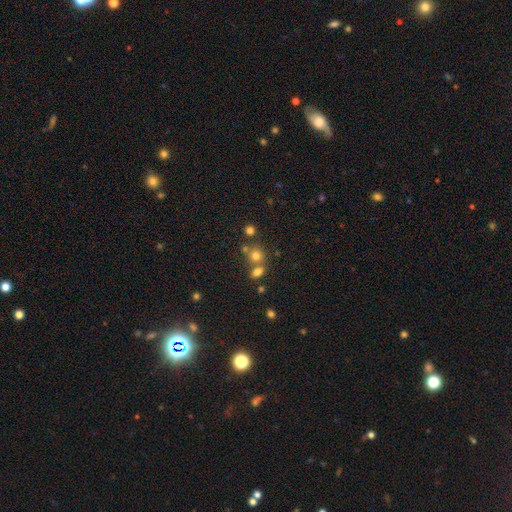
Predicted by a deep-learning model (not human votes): Overall: smooth (74%). How rounded: round (72%). Merging: none (52%; merger 36%).